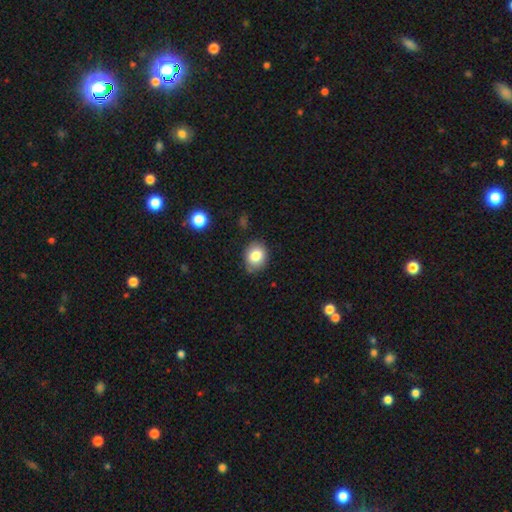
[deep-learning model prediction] A smooth galaxy with no disk features (81%) that is round (55%). Merging: none (79%).